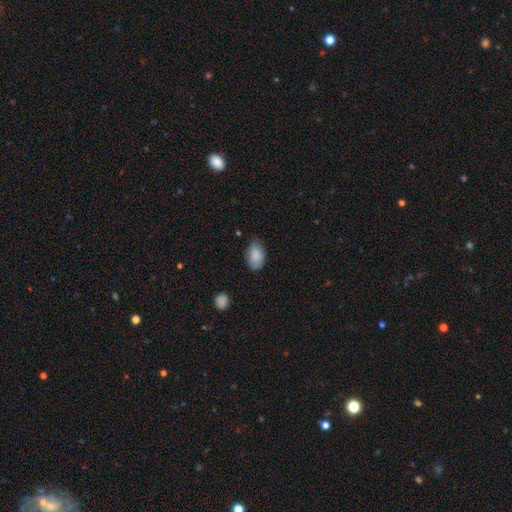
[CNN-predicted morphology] smooth-or-featured: smooth: 86% | featured or disk: 7% | star or artifact: 7%
  how-rounded: in between: 91% | round: 8% | cigar-shaped: 1%
  merging: none: 68% | minor disturbance: 26% | major disturbance: 5% | merger: 1%